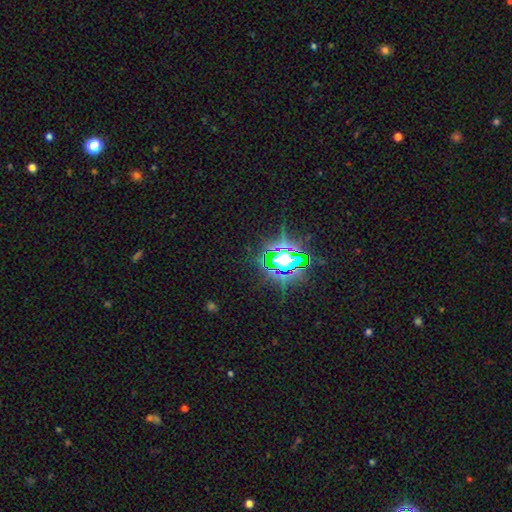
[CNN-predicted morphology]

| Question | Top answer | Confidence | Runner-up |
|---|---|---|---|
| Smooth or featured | star or artifact | 84% | smooth (9%) |